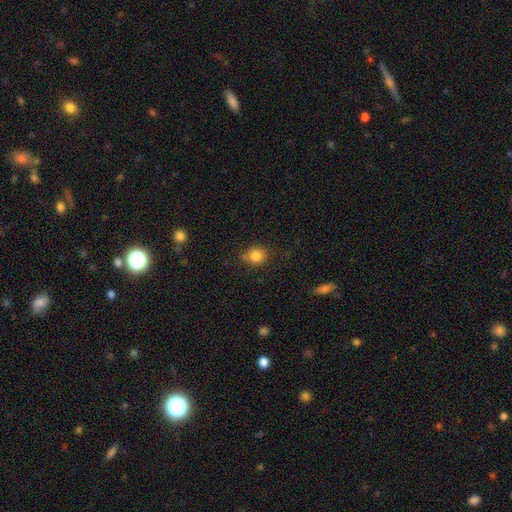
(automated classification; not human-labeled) Smooth or featured?
  - smooth: 83% *
  - star or artifact: 11%
  - featured or disk: 6%
How rounded?
  - round: 77% *
  - in between: 22%
  - cigar-shaped: 1%
Merging?
  - none: 71% *
  - minor disturbance: 20%
  - major disturbance: 6%
  - merger: 3%